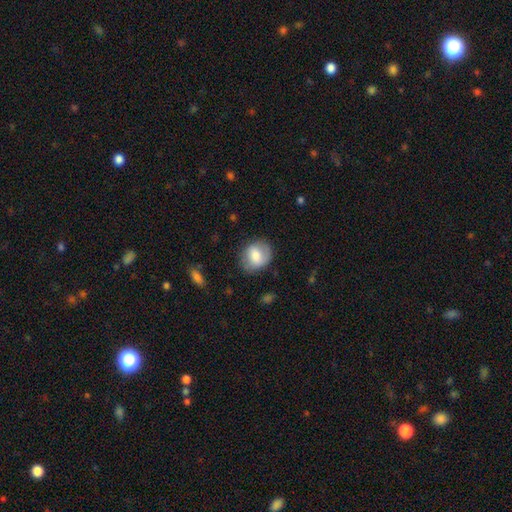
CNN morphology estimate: type=smooth (68%); roundness=round (61%); merging=none (76%).